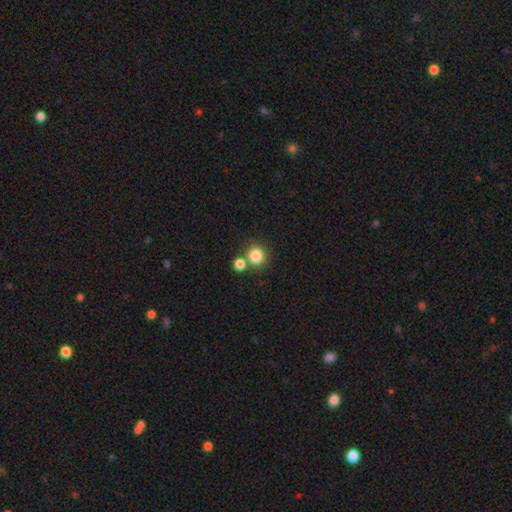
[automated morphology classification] The model was most divided on "merging": none: 67%, merger: 23%, minor disturbance: 7%, major disturbance: 3%. More confident: how rounded — round (90%); smooth or featured — smooth (83%).